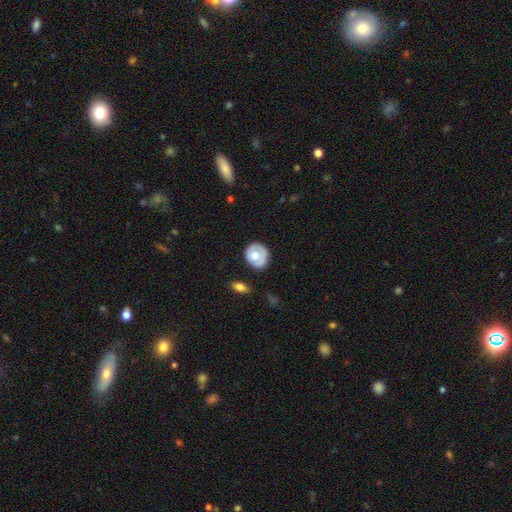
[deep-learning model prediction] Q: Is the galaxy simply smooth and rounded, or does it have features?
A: smooth — 62%.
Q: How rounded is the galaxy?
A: round — 73%.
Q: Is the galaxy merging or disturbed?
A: none — 68%.